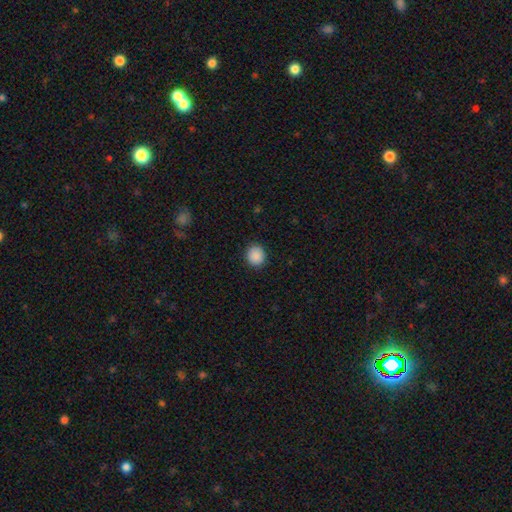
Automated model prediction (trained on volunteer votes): smooth_or_featured: smooth (p=0.90) [alt: star or artifact p=0.08]
how_rounded: round (p=0.84) [alt: in between p=0.15]
merging: none (p=0.90) [alt: minor disturbance p=0.07]